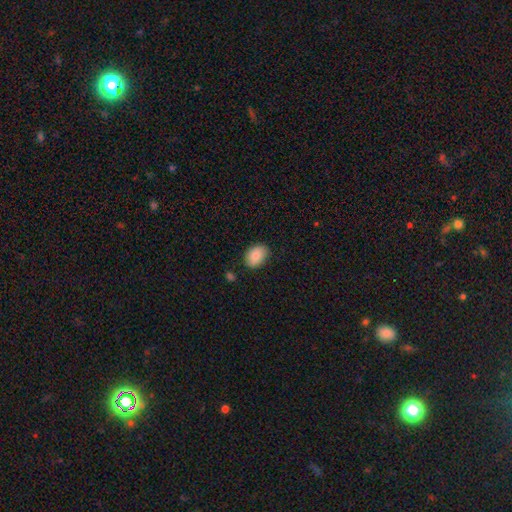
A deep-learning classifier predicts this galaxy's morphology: A smooth galaxy with no disk features (85%) that is in between round and cigar-shaped (78%). Merging: none (83%).